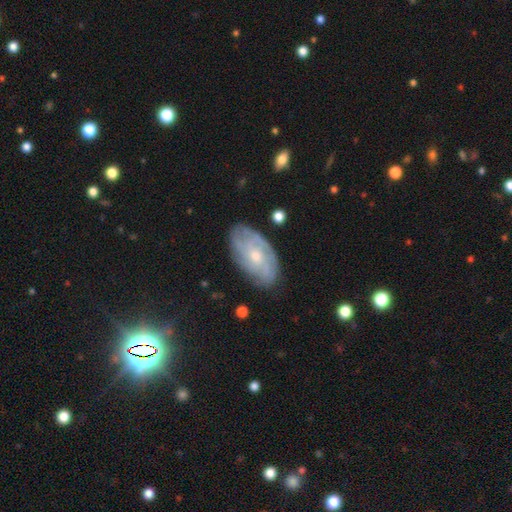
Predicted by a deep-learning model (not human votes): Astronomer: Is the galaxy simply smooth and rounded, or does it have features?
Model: featured or disk — 72%.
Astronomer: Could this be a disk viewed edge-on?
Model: no — 94%.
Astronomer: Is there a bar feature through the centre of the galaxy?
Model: no — 72%.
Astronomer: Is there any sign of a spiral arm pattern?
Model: yes — 87%.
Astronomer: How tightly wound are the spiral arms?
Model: tight — 62%.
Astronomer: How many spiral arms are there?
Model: can't tell — 51%.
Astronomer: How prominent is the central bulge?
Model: small — 52% (runner-up: moderate, 43%).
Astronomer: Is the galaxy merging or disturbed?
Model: none — 77%.